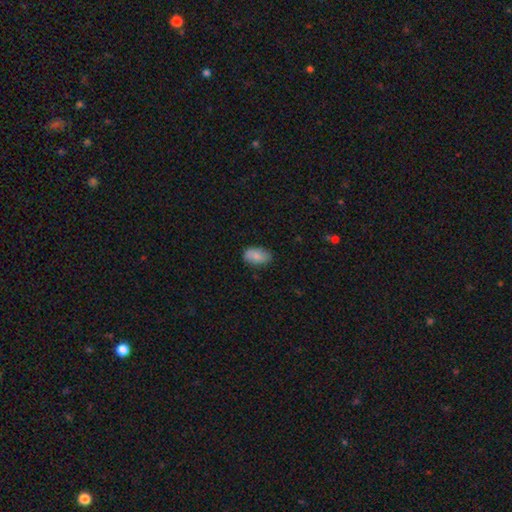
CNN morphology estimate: smooth 82%, featured or disk 11%, star or artifact 7%. Down the decision tree: how rounded — in between (92%); merging — none (81%).